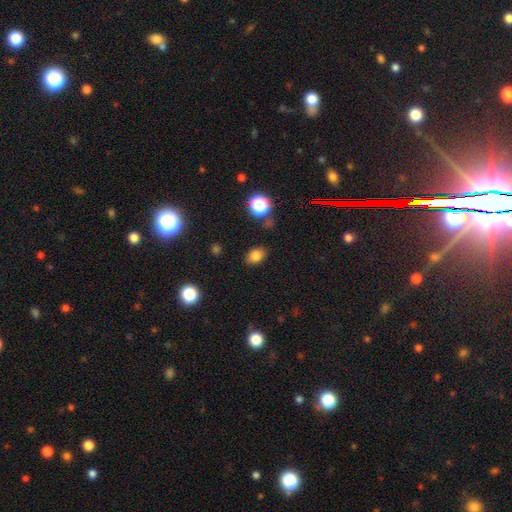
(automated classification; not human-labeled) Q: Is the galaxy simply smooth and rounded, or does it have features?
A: smooth — 80%.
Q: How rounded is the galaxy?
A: in between — 71%.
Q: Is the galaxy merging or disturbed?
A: none — 82%.